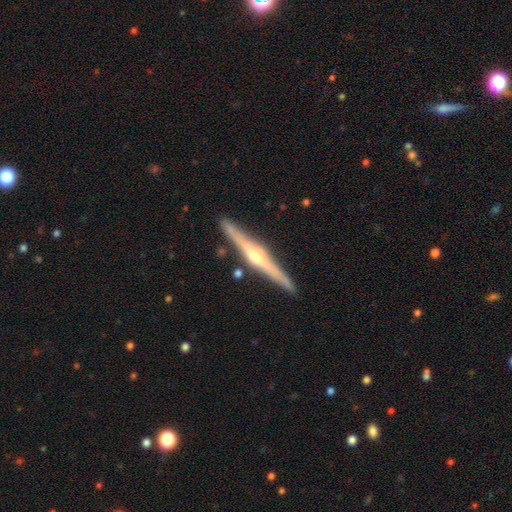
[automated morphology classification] featured or disk 84%, smooth 11%, star or artifact 5%. Down the decision tree: edge-on disk — yes (98%); edge-on bulge — rounded (84%); merging — none (90%).